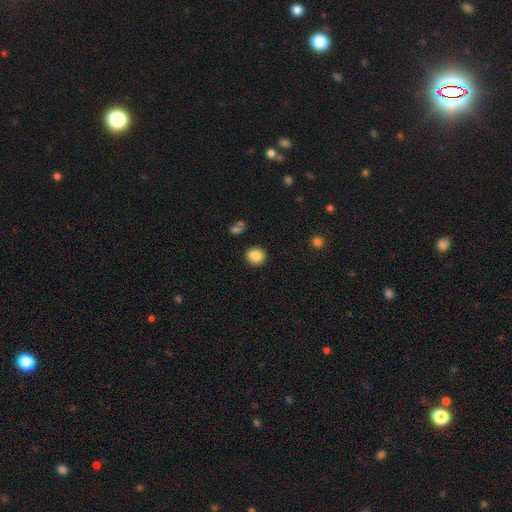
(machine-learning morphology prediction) The model was most divided on "smooth or featured": smooth: 85%, star or artifact: 9%, featured or disk: 6%. More confident: merging — none (89%); how rounded — round (88%).